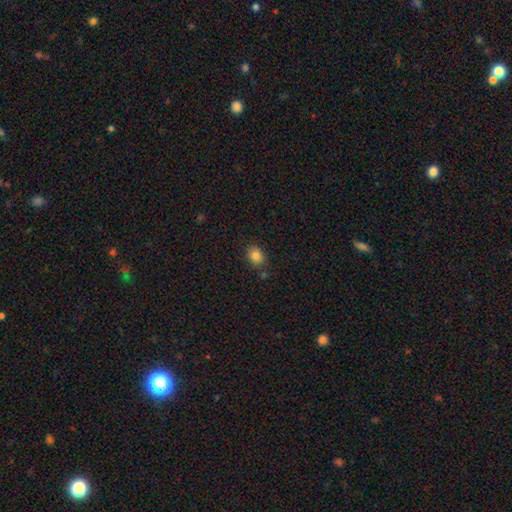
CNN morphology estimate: Q: Smooth or featured?
A: smooth (84%); runner-up: star or artifact (11%)
Q: How rounded?
A: in between (57%); runner-up: round (42%)
Q: Merging?
A: none (79%); runner-up: minor disturbance (13%)